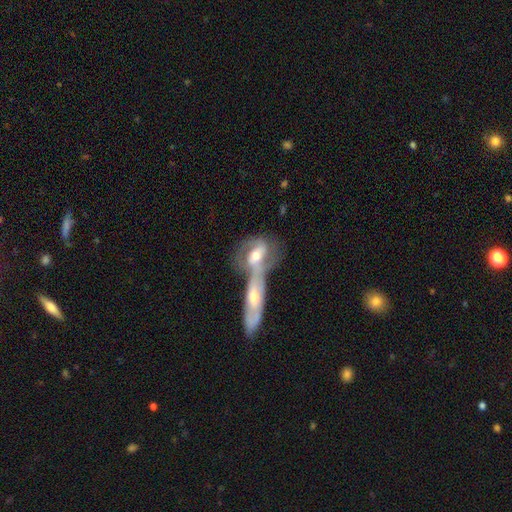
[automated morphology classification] A featured or disk galaxy (62%) with no bar (42%), spiral arms (77%) and a moderate central bulge (70%). Merging: merger (67%).